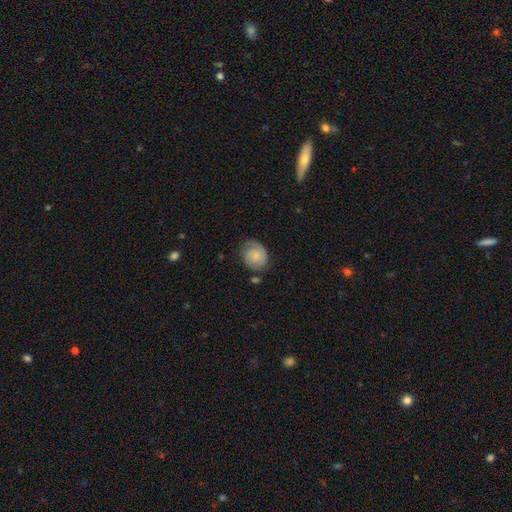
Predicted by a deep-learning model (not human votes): This is likely a smooth galaxy (64%). How rounded: likely round (62%). Merging: possibly none (57%).